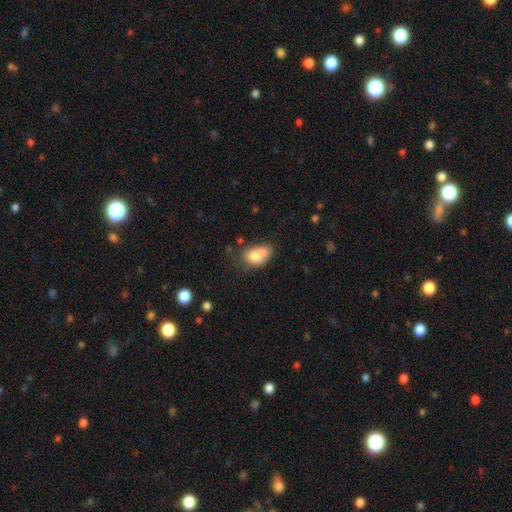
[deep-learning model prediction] A smooth galaxy with no disk features (75%) that is in between round and cigar-shaped (80%).

Vote fractions:
- Smooth or featured? smooth: 75% / featured or disk: 16% / star or artifact: 9%
- How rounded? in between: 80% / round: 18% / cigar-shaped: 2%
- Merging? none: 34% / merger: 29% / minor disturbance: 25% / major disturbance: 11%